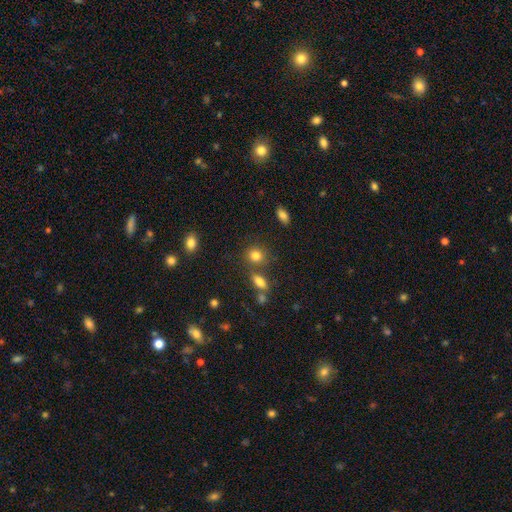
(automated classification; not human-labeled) Smooth or featured: smooth — 82% (star or artifact — 11%)
How rounded: round — 67% (in between — 31%)
Merging: none — 68% (merger — 16%)